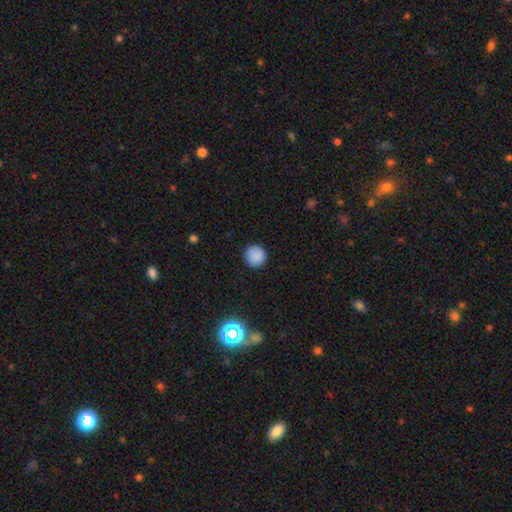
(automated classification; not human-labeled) smooth_or_featured: smooth (p=0.86) [alt: star or artifact p=0.11]
how_rounded: round (p=0.94) [alt: in between p=0.05]
merging: none (p=0.89) [alt: minor disturbance p=0.08]